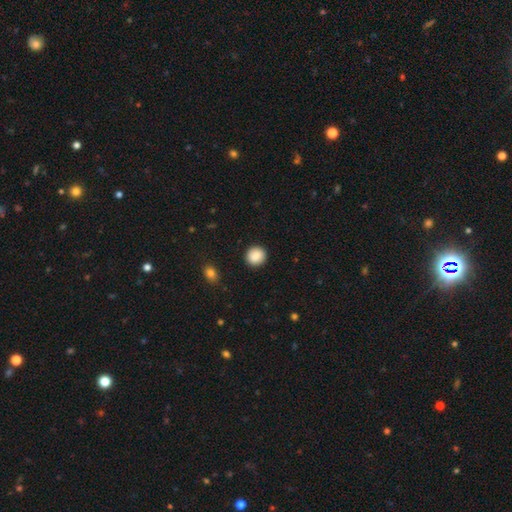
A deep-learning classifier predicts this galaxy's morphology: This is clearly a smooth galaxy (87%). How rounded: clearly round (91%). Merging: clearly none (92%).